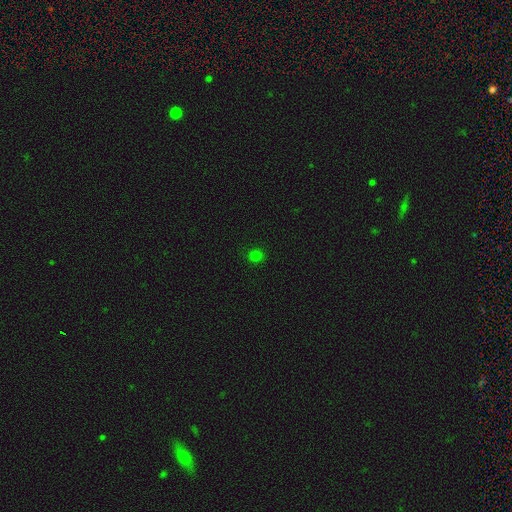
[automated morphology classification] This appears to be a smooth galaxy with no disk features (77%) that is round (88%). Merging: none (91%).